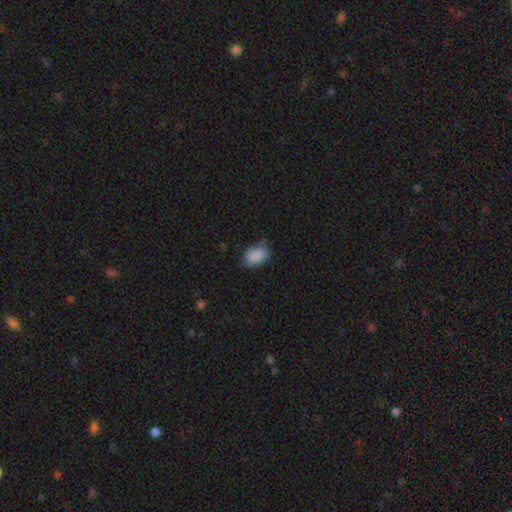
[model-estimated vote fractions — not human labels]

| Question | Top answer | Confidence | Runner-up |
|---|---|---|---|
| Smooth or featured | smooth | 87% | star or artifact (8%) |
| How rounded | in between | 87% | round (12%) |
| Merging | none | 64% | minor disturbance (28%) |